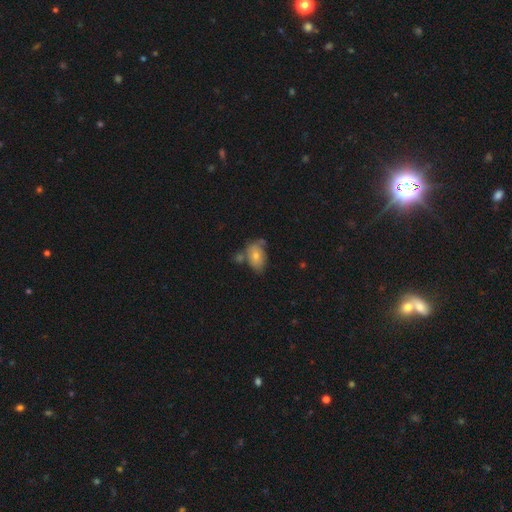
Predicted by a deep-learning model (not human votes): Smooth or featured?
  - smooth: 70% *
  - featured or disk: 22%
  - star or artifact: 8%
How rounded?
  - in between: 84% *
  - round: 15%
  - cigar-shaped: 1%
Merging?
  - none: 46% *
  - minor disturbance: 25%
  - merger: 21%
  - major disturbance: 8%